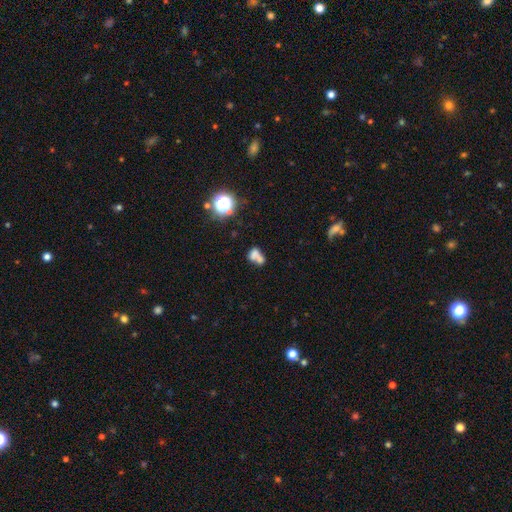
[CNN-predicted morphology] Smooth or featured? smooth (62%)
How rounded? in between (60%)
Merging? merger (60%)